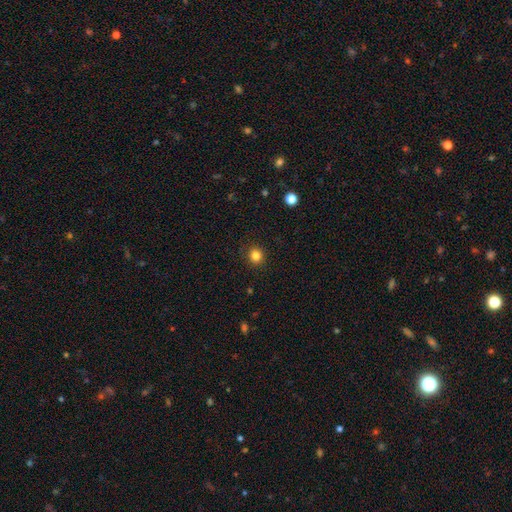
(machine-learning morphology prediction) Smooth or featured?
  - smooth: 83% *
  - star or artifact: 13%
  - featured or disk: 5%
How rounded?
  - round: 89% *
  - in between: 10%
  - cigar-shaped: 1%
Merging?
  - none: 91% *
  - minor disturbance: 6%
  - major disturbance: 2%
  - merger: 1%